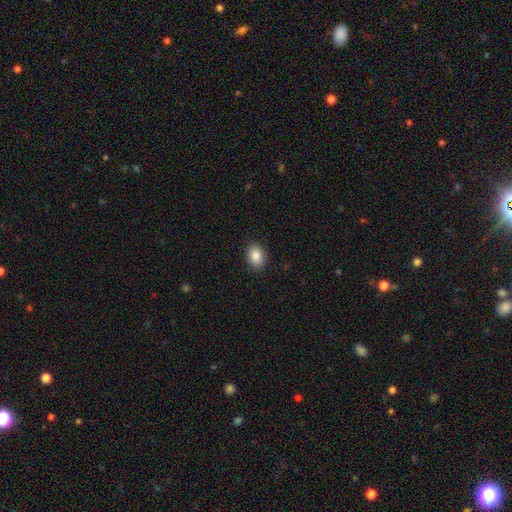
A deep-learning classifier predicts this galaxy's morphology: A smooth galaxy with no disk features (87%) that is in between round and cigar-shaped (72%).

Vote fractions:
- Smooth or featured? smooth: 87% / star or artifact: 8% / featured or disk: 5%
- How rounded? in between: 72% / round: 27% / cigar-shaped: 1%
- Merging? none: 90% / minor disturbance: 7% / major disturbance: 2% / merger: 1%